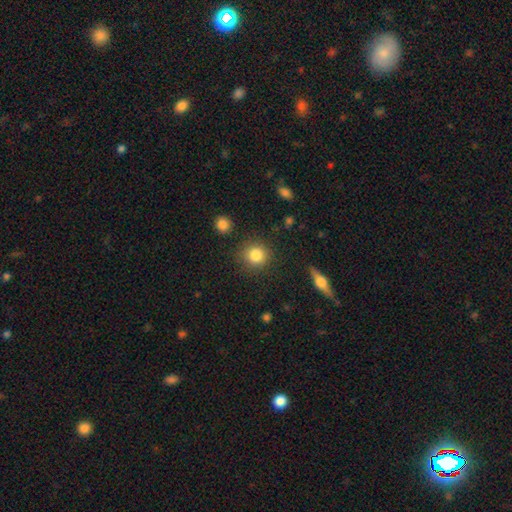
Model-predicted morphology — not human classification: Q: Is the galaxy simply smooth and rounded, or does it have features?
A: smooth — 85%.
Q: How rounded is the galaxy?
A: round — 89%.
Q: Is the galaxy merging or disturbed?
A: none — 86%.